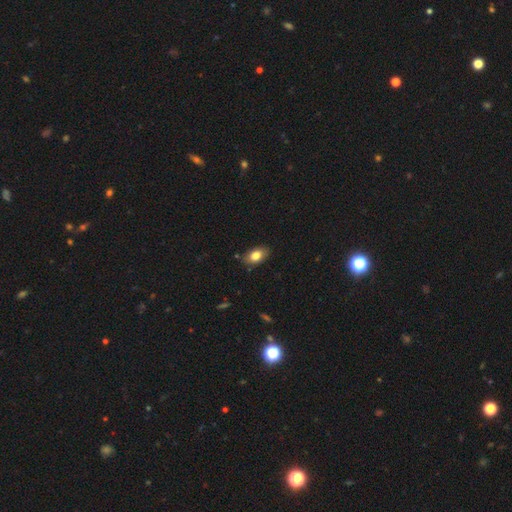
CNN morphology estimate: smooth_or_featured: smooth (p=0.80) [alt: featured or disk p=0.12]
how_rounded: in between (p=0.88) [alt: round p=0.10]
merging: none (p=0.84) [alt: minor disturbance p=0.12]